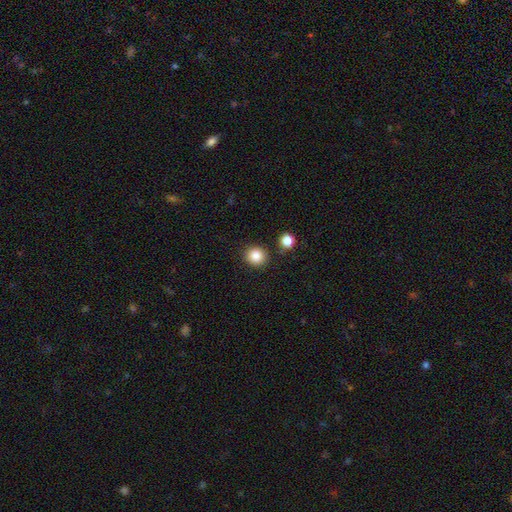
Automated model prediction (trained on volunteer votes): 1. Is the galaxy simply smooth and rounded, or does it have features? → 85% smooth, 10% star or artifact, 5% featured or disk.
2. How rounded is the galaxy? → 87% round, 13% in between, 1% cigar-shaped.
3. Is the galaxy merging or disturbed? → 88% none, 7% minor disturbance, 3% merger, 2% major disturbance.